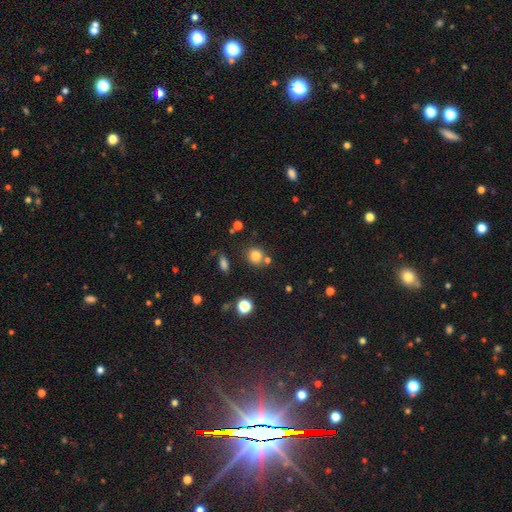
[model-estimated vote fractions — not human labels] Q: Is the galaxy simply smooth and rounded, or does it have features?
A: smooth — 80%.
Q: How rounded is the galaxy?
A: round — 85%.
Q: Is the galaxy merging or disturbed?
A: none — 70%.